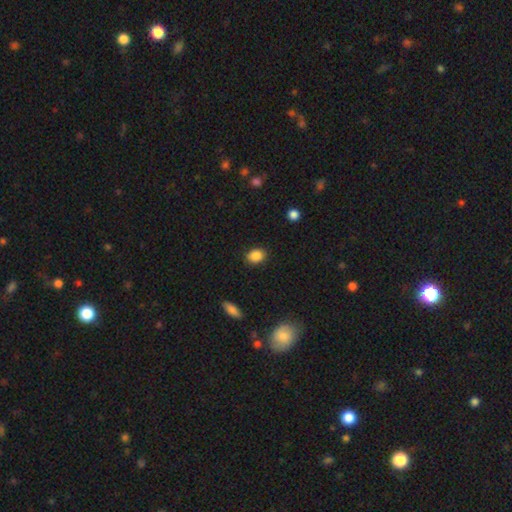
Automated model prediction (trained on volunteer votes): Smooth or featured? smooth (87%)
How rounded? in between (56%)
Merging? none (86%)